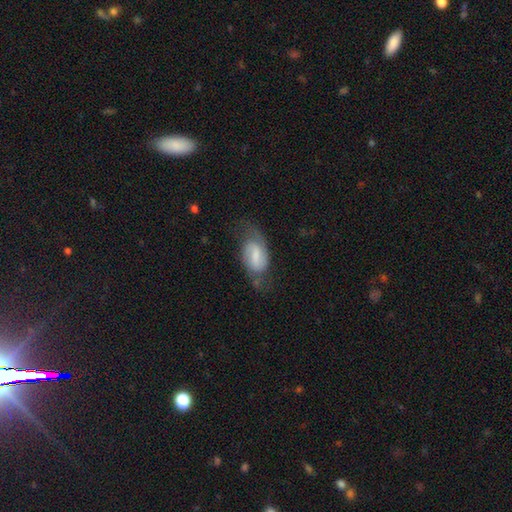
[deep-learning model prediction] featured or disk 64%, smooth 29%, star or artifact 7%. Down the decision tree: edge-on disk — no (96%); bar — weak (56%); spiral arms — yes (89%); spiral arm count — 2 (83%); spiral winding — medium (46%); bulge size — small (34%); merging — none (55%).